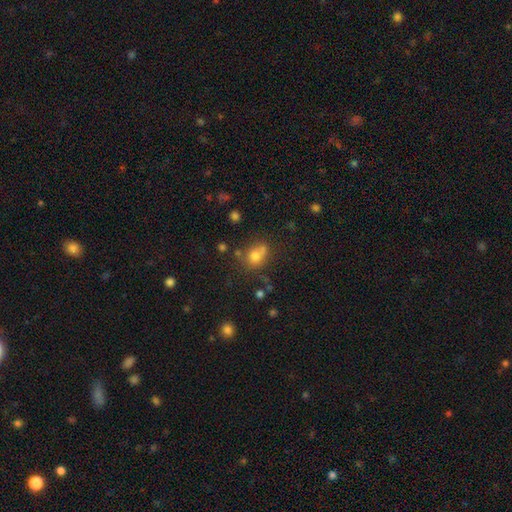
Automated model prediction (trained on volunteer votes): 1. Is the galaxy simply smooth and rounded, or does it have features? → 73% smooth, 15% star or artifact, 12% featured or disk.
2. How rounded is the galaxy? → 66% round, 33% in between, 1% cigar-shaped.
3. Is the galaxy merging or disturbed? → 48% none, 27% merger, 17% minor disturbance, 8% major disturbance.